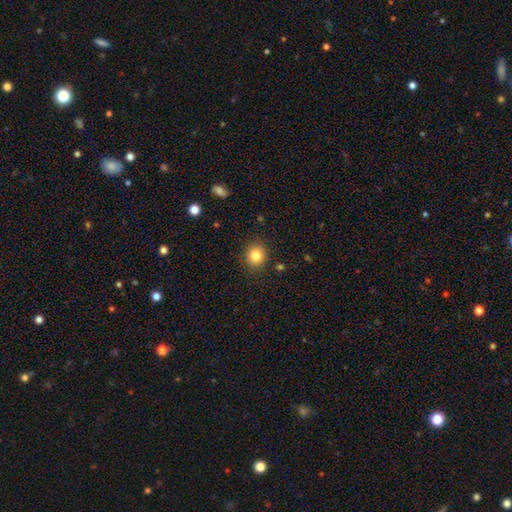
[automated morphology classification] smooth-or-featured: smooth: 83% | star or artifact: 11% | featured or disk: 7%
  how-rounded: round: 80% | in between: 19% | cigar-shaped: 1%
  merging: none: 89% | minor disturbance: 7% | major disturbance: 2% | merger: 1%